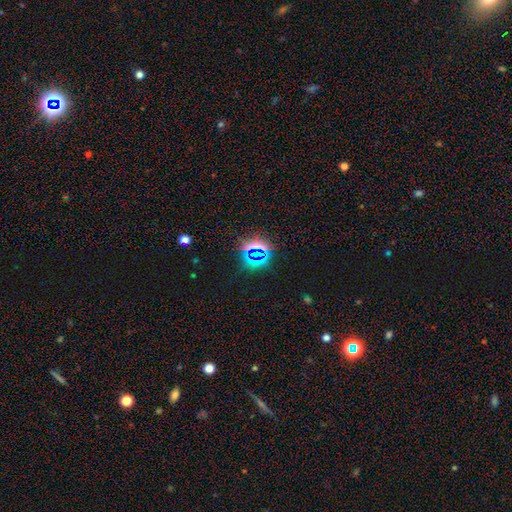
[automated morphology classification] type=star or artifact (73%).